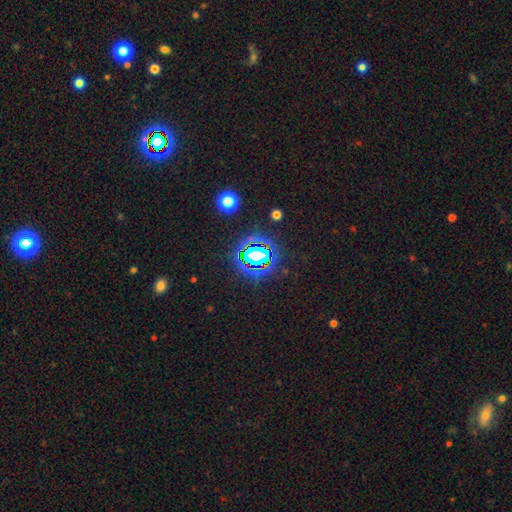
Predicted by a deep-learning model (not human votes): Morphology: type=star or artifact (71%).